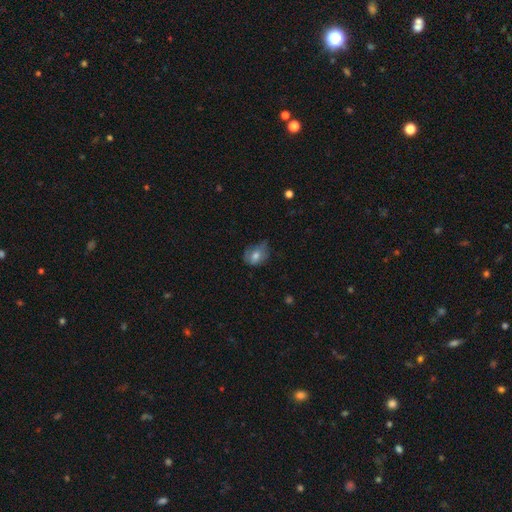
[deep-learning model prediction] Q: Smooth or featured?
A: smooth (69%); runner-up: featured or disk (22%)
Q: How rounded?
A: in between (58%); runner-up: round (41%)
Q: Merging?
A: none (41%); runner-up: minor disturbance (39%)